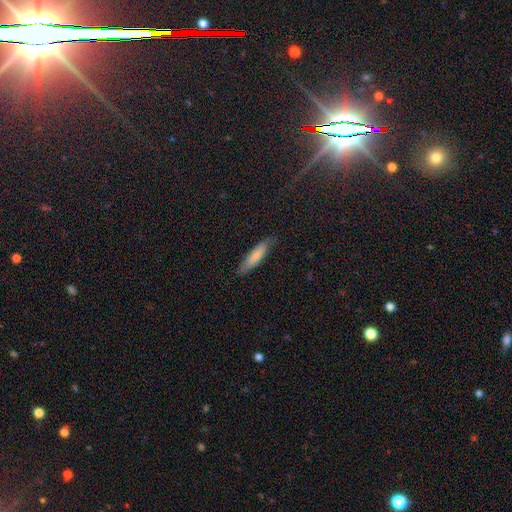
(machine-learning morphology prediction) smooth_or_featured: smooth (p=0.78) [alt: featured or disk p=0.17]
how_rounded: cigar-shaped (p=0.73) [alt: in between p=0.25]
merging: none (p=0.80) [alt: minor disturbance p=0.16]